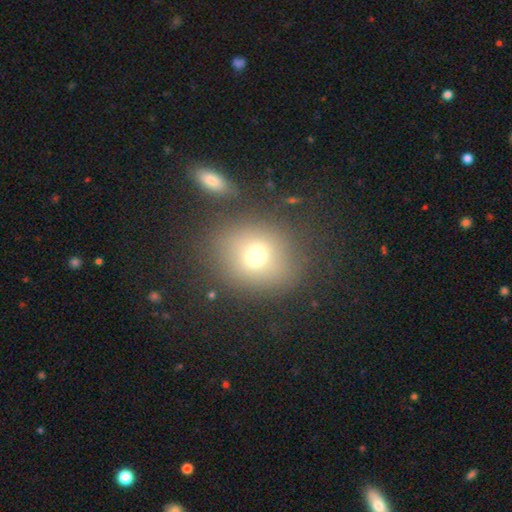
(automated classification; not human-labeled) Smooth or featured?
  - smooth: 70% *
  - star or artifact: 15%
  - featured or disk: 15%
How rounded?
  - round: 71% *
  - in between: 28%
  - cigar-shaped: 1%
Merging?
  - none: 74% *
  - minor disturbance: 12%
  - major disturbance: 7%
  - merger: 7%